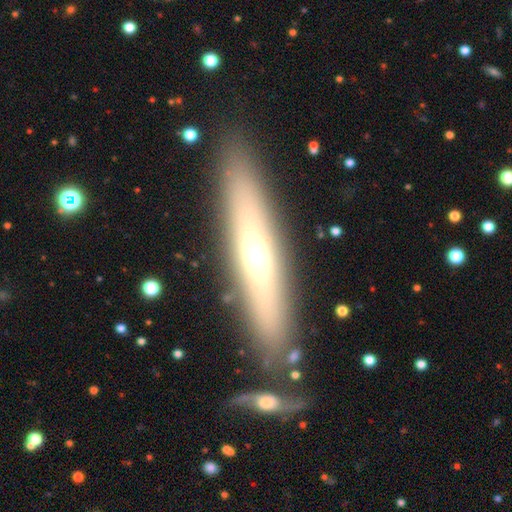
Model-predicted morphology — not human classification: This appears to be a featured or disk galaxy (51%) viewed edge-on (78%). Merging: none (84%).